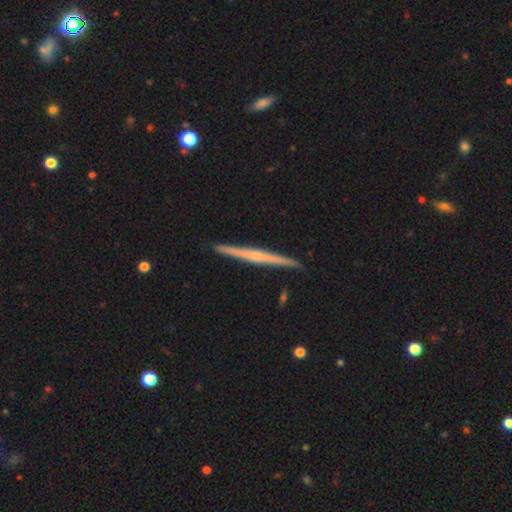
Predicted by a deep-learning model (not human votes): Smooth or featured?
  - featured or disk: 73% *
  - smooth: 22%
  - star or artifact: 6%
Edge-on disk?
  - yes: 98% *
  - no: 2%
Edge-on bulge?
  - rounded: 51% *
  - none: 40%
  - boxy: 9%
Merging?
  - none: 92% *
  - minor disturbance: 5%
  - merger: 1%
  - major disturbance: 1%